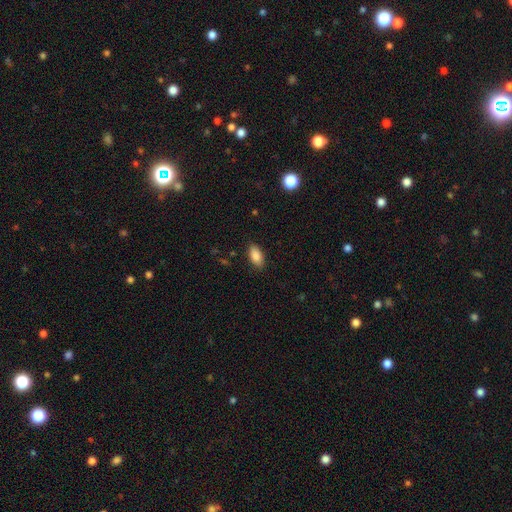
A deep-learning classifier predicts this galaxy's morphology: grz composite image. It shows a smooth galaxy with no disk features (88%) that is in between round and cigar-shaped (92%). Merging: none (87%).